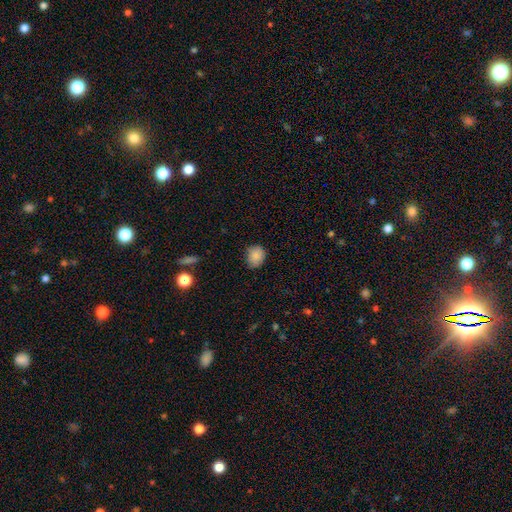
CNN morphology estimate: This is clearly a smooth galaxy (85%). How rounded: likely round (60%). Merging: likely none (76%).